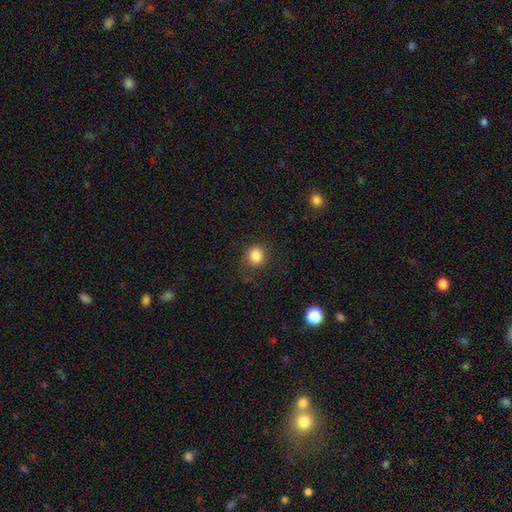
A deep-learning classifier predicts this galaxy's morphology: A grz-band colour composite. It shows a smooth galaxy with no disk features (85%) that is round (81%). Merging: none (84%).